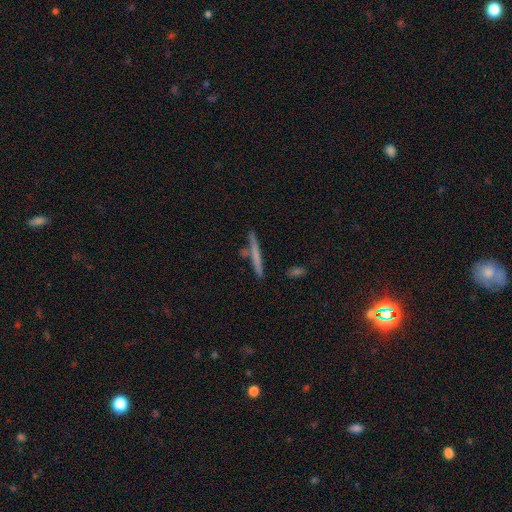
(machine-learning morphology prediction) smooth 56%, featured or disk 36%, star or artifact 7%. Down the decision tree: how rounded — cigar-shaped (96%); merging — none (80%).